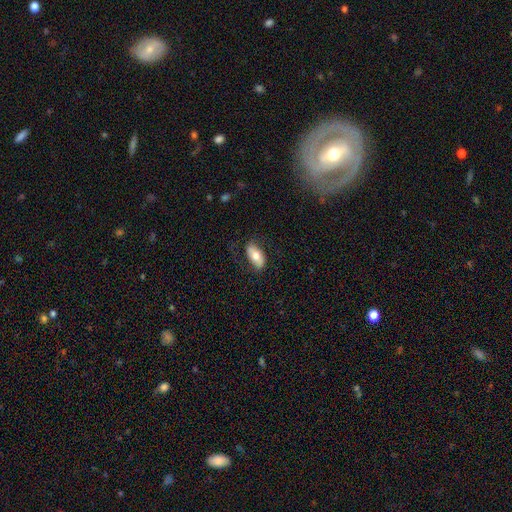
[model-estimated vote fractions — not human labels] Smooth or featured?
  - smooth: 64% *
  - featured or disk: 30%
  - star or artifact: 6%
How rounded?
  - in between: 88% *
  - cigar-shaped: 9%
  - round: 3%
Merging?
  - none: 73% *
  - minor disturbance: 18%
  - major disturbance: 8%
  - merger: 1%